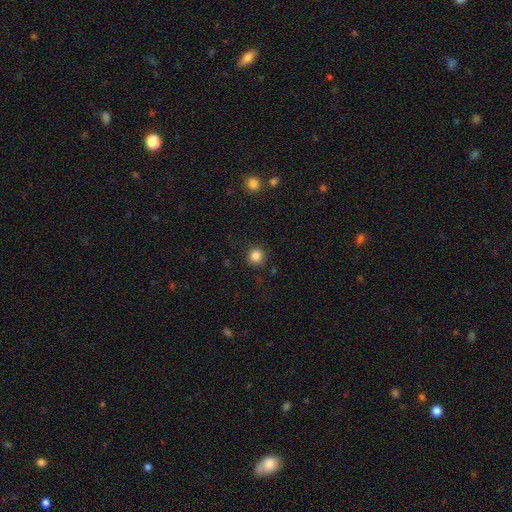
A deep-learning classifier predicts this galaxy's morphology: This is clearly a smooth galaxy (85%). How rounded: clearly round (92%). Merging: clearly none (88%).